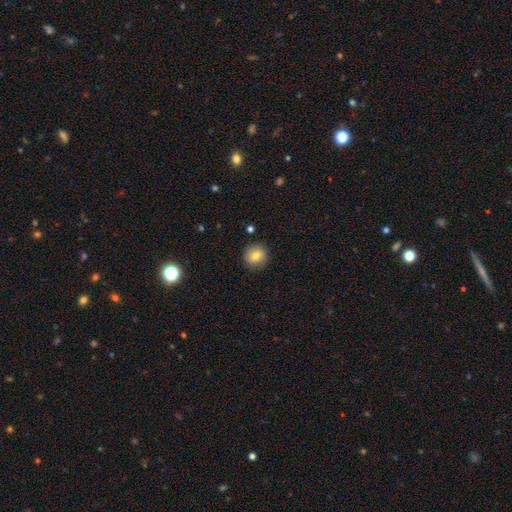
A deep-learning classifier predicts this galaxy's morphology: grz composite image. It shows a smooth galaxy with no disk features (78%) that is round (91%). Merging: none (88%).